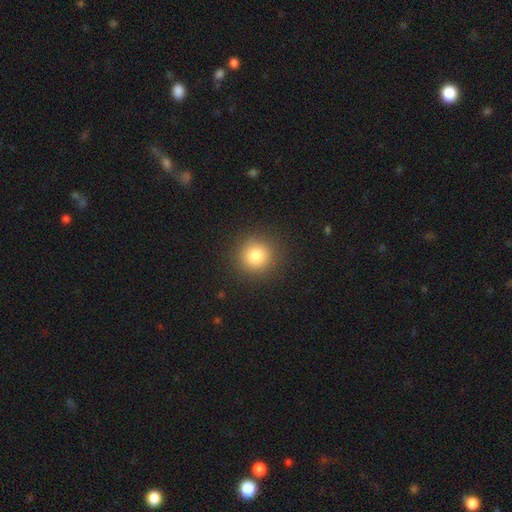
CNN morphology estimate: Smooth or featured? smooth (82%)
How rounded? round (93%)
Merging? none (91%)